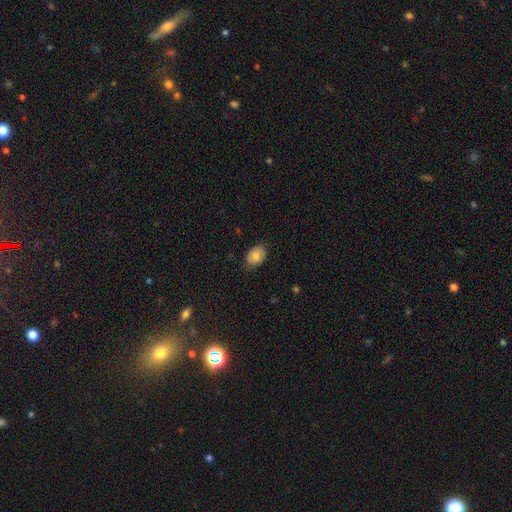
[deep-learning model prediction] Overall: smooth (80%). How rounded: in between (80%). Merging: none (81%).